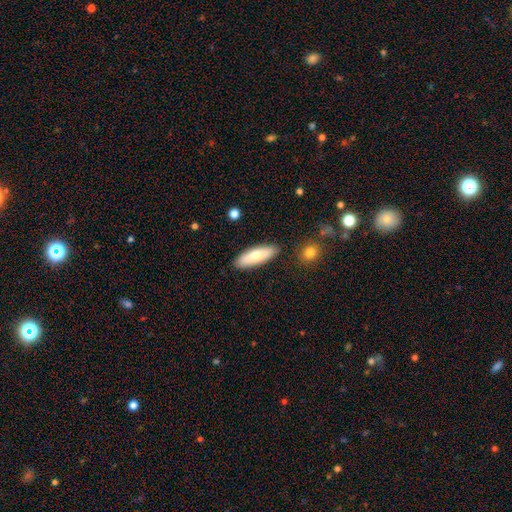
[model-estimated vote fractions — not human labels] A smooth galaxy with no disk features (75%) that is in between round and cigar-shaped (54%). Merging: none (87%).